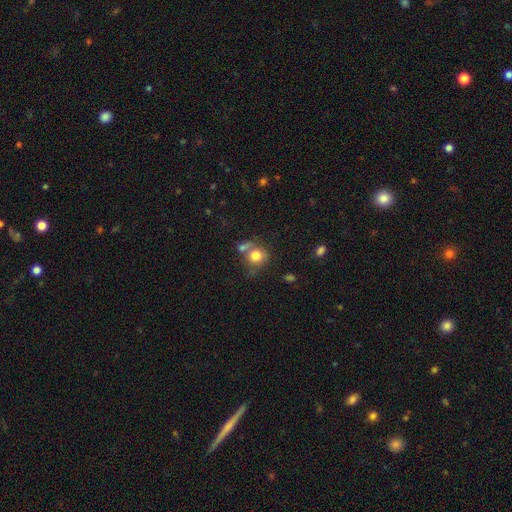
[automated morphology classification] smooth-or-featured: smooth: 80% | featured or disk: 11% | star or artifact: 10%
  how-rounded: round: 80% | in between: 19% | cigar-shaped: 1%
  merging: none: 48% | merger: 29% | minor disturbance: 15% | major disturbance: 8%